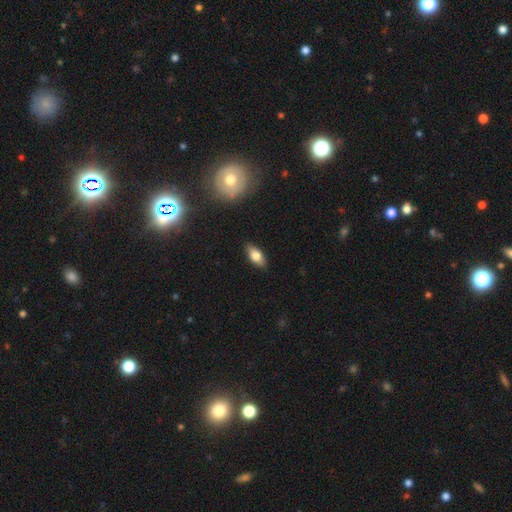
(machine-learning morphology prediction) This is likely a smooth galaxy (75%). How rounded: clearly in between (85%). Merging: clearly none (87%).